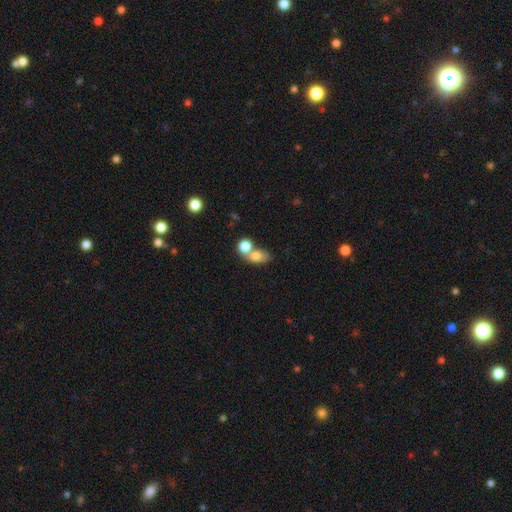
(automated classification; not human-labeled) smooth-or-featured: smooth: 75% | featured or disk: 14% | star or artifact: 10%
  how-rounded: in between: 65% | round: 32% | cigar-shaped: 2%
  merging: merger: 54% | none: 32% | minor disturbance: 9% | major disturbance: 5%